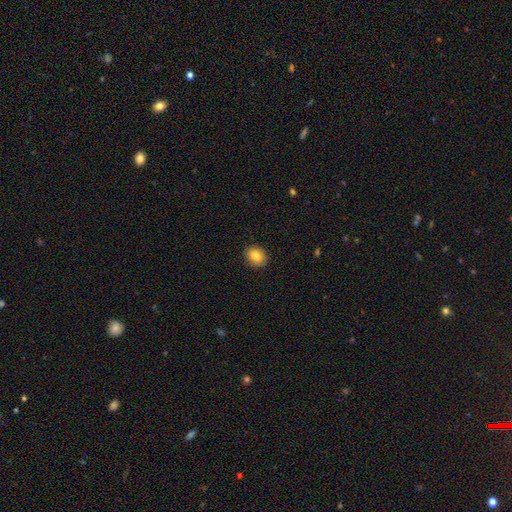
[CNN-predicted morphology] This is clearly a smooth galaxy (83%). How rounded: likely round (67%). Merging: clearly none (89%).